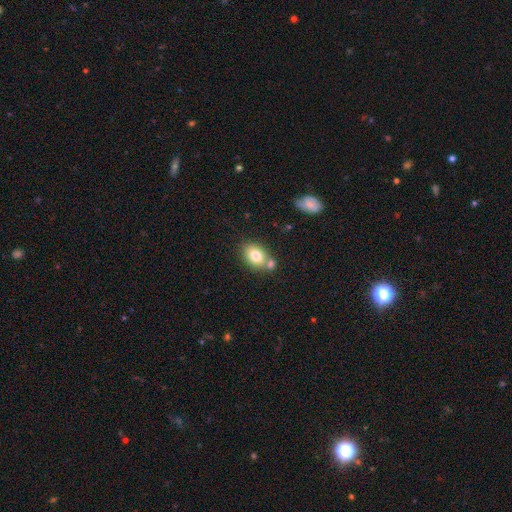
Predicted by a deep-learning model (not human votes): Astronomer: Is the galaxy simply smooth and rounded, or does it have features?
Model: smooth — 78%.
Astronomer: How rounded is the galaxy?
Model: in between — 71%.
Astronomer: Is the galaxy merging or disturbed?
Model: none — 57%.